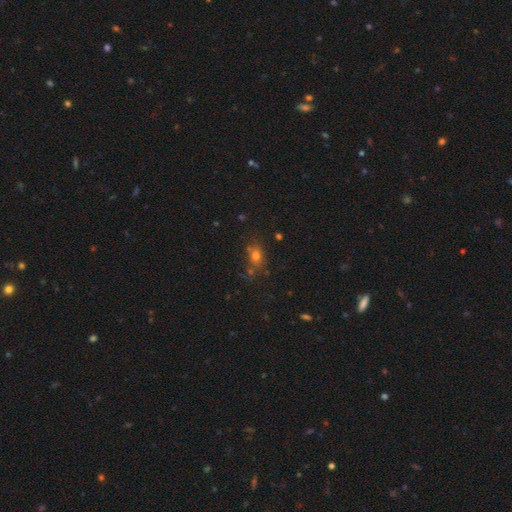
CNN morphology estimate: type=smooth (70%); roundness=in between (56%); merging=none (66%).